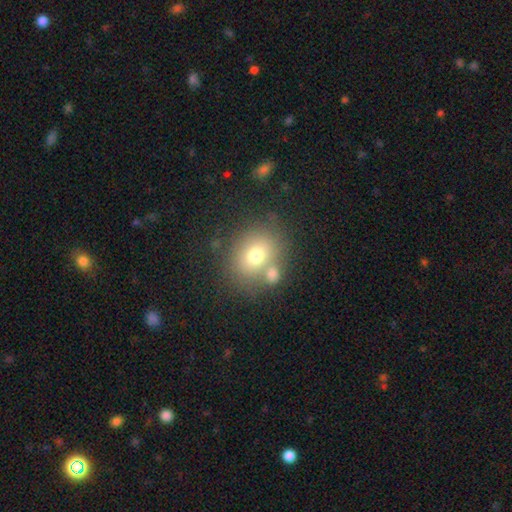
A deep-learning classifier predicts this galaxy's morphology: A smooth galaxy with no disk features (72%) that is round (64%).

Vote fractions:
- Smooth or featured? smooth: 72% / featured or disk: 16% / star or artifact: 12%
- How rounded? round: 64% / in between: 36% / cigar-shaped: 1%
- Merging? none: 61% / merger: 22% / minor disturbance: 12% / major disturbance: 5%